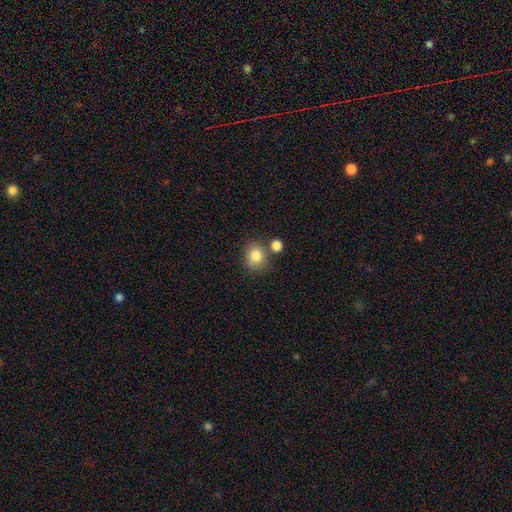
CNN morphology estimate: A smooth galaxy with no disk features (82%) that is round (70%). Merging: none (63%).